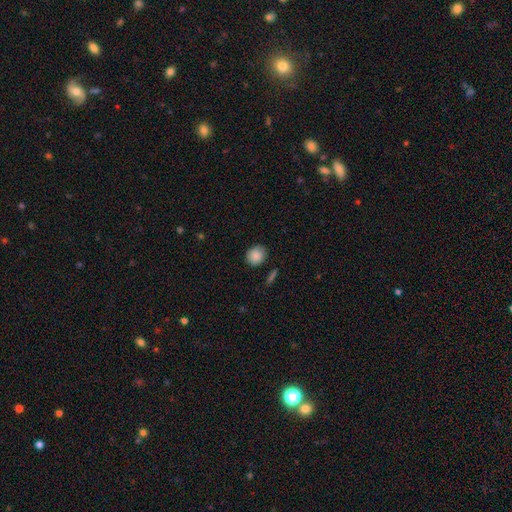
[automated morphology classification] Smooth or featured? smooth (88%)
How rounded? round (71%)
Merging? none (82%)